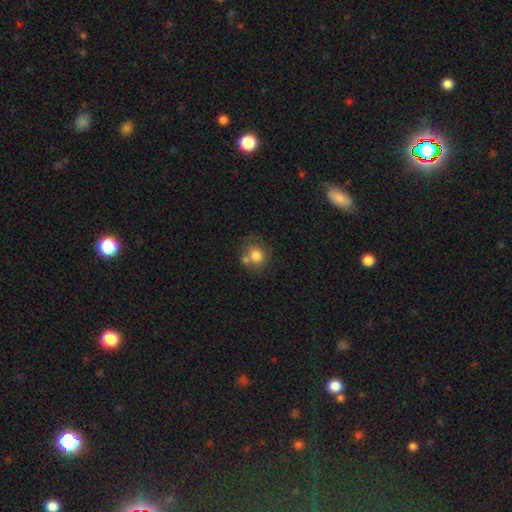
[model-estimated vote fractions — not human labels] A smooth galaxy with no disk features (79%) that is round (77%). Merging: none (53%).